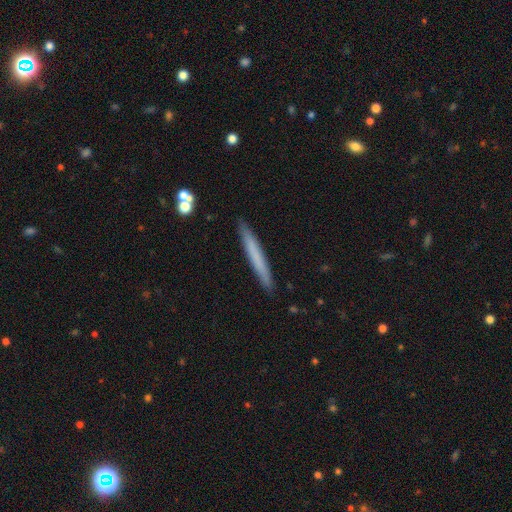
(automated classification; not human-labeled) smooth_or_featured: smooth (p=0.66) [alt: featured or disk p=0.28]
how_rounded: cigar-shaped (p=0.97) [alt: in between p=0.02]
merging: none (p=0.91) [alt: minor disturbance p=0.07]